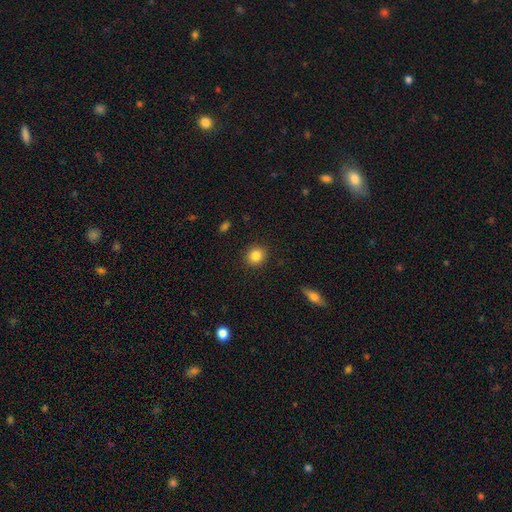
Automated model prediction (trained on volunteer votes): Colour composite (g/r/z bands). It shows a smooth galaxy with no disk features (85%) that is round (87%). Merging: none (91%).